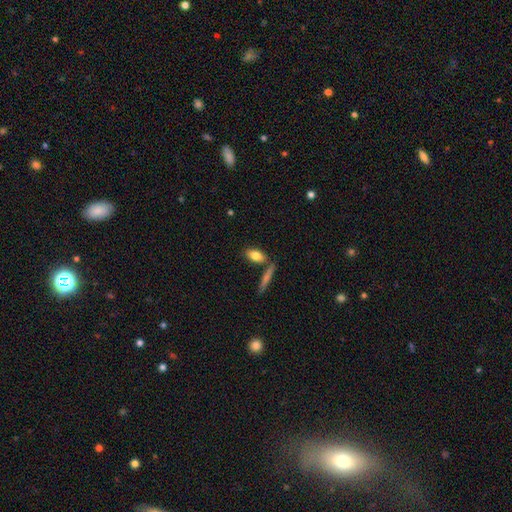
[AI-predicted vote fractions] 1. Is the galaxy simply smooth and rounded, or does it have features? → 79% smooth, 14% featured or disk, 7% star or artifact.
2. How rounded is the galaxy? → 79% in between, 16% cigar-shaped, 5% round.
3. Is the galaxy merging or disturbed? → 69% none, 16% merger, 12% minor disturbance, 3% major disturbance.